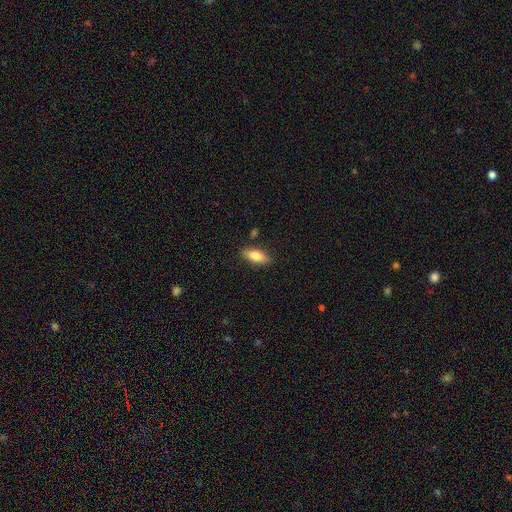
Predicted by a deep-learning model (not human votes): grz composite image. It shows a smooth galaxy with no disk features (78%) that is in between round and cigar-shaped (77%). Merging: none (84%).